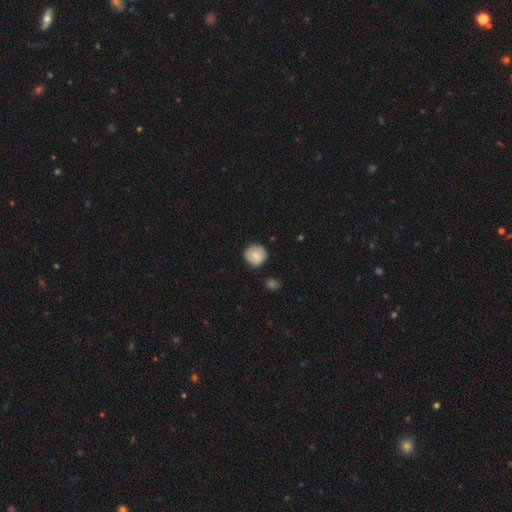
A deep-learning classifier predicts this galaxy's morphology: Q: Smooth or featured?
A: smooth (68%); runner-up: featured or disk (25%)
Q: How rounded?
A: round (90%); runner-up: in between (9%)
Q: Merging?
A: none (77%); runner-up: minor disturbance (18%)